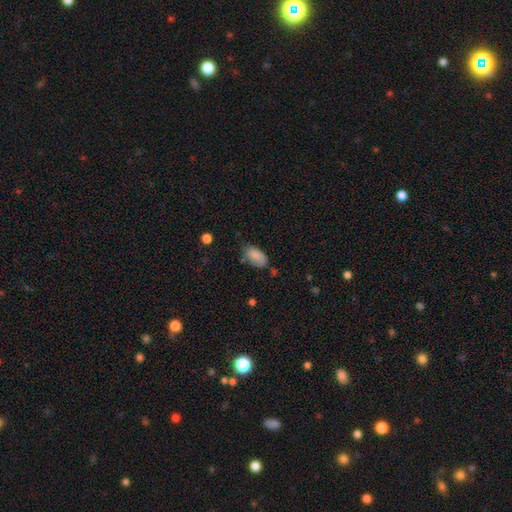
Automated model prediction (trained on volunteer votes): Smooth or featured? Predicted: smooth (p=0.85). How rounded? Predicted: in between (p=0.93). Merging? Predicted: none (p=0.61).